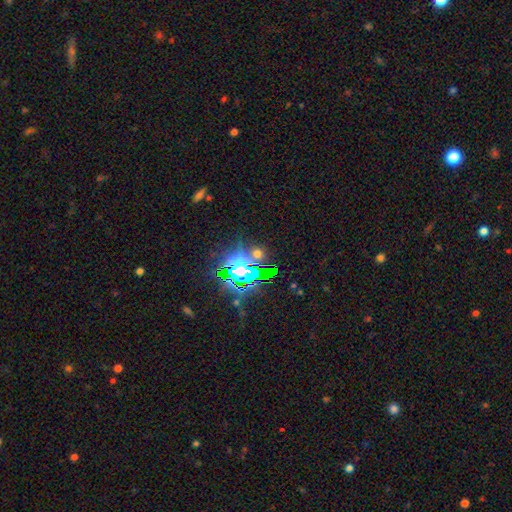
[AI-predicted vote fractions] Morphology: type=star or artifact (76%).